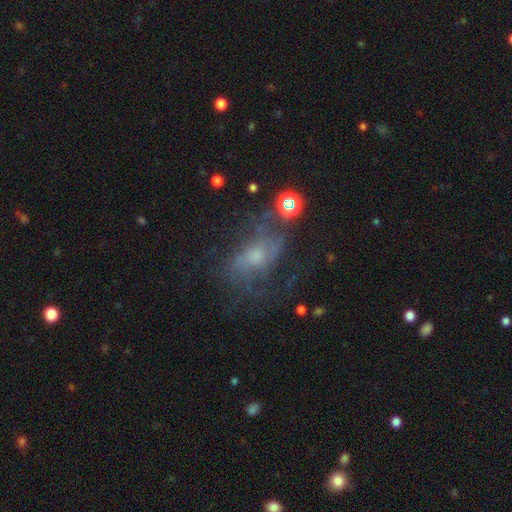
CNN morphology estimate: smooth-or-featured: featured or disk: 59% | smooth: 25% | star or artifact: 16%
  disk-edge-on: no: 94% | yes: 6%
    bar: no: 69% | weak: 25% | strong: 6%
    has-spiral-arms: yes: 69% | no: 31%
    bulge-size: moderate: 43% | small: 36% | none: 11% | large: 9% | dominant: 2%
  merging: none: 48% | major disturbance: 26% | minor disturbance: 21% | merger: 5%